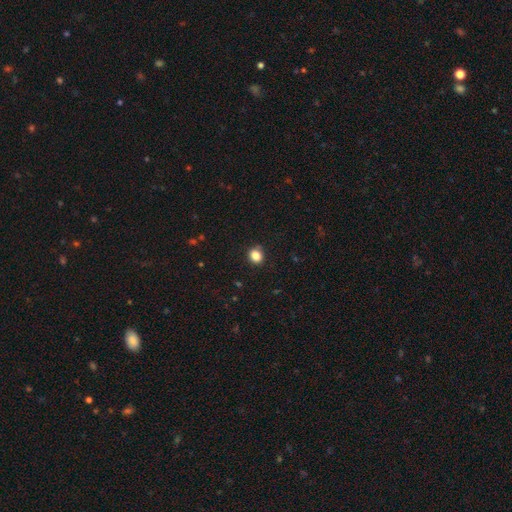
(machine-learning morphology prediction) Smooth or featured?
  - smooth: 85% *
  - star or artifact: 11%
  - featured or disk: 4%
How rounded?
  - round: 70% *
  - in between: 29%
  - cigar-shaped: 1%
Merging?
  - none: 86% *
  - minor disturbance: 10%
  - major disturbance: 2%
  - merger: 1%